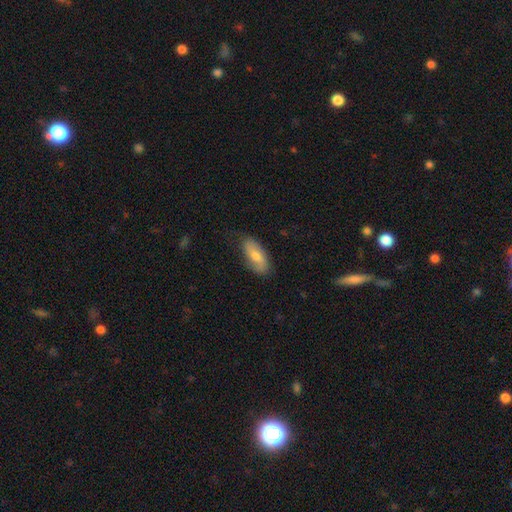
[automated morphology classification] This appears to be a smooth galaxy with no disk features (65%) that is in between round and cigar-shaped (81%). Merging: none (76%).